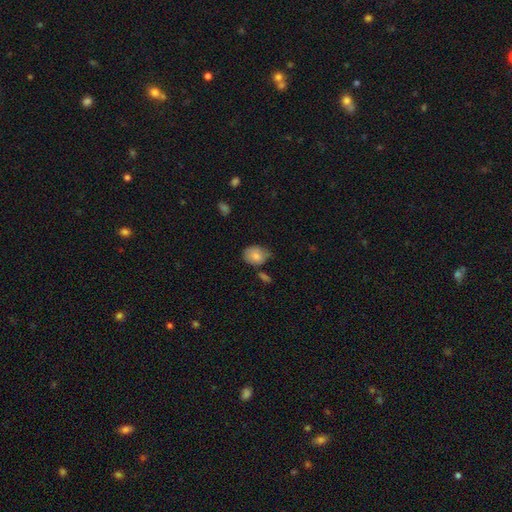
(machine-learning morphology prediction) smooth-or-featured: smooth: 80% | featured or disk: 13% | star or artifact: 7%
  how-rounded: in between: 58% | round: 41% | cigar-shaped: 1%
  merging: none: 55% | minor disturbance: 32% | merger: 7% | major disturbance: 7%